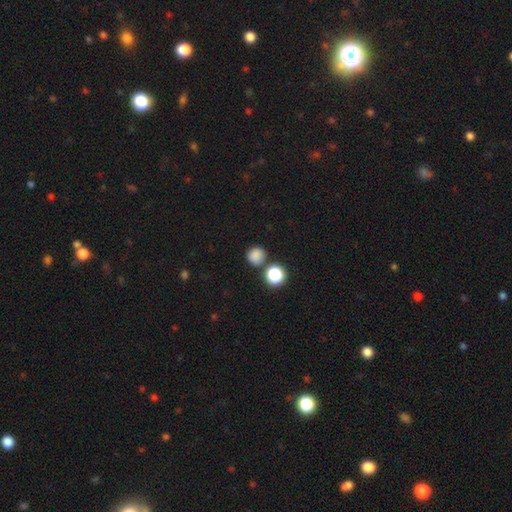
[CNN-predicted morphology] A smooth galaxy with no disk features (82%) that is round (89%). Merging: none (75%).